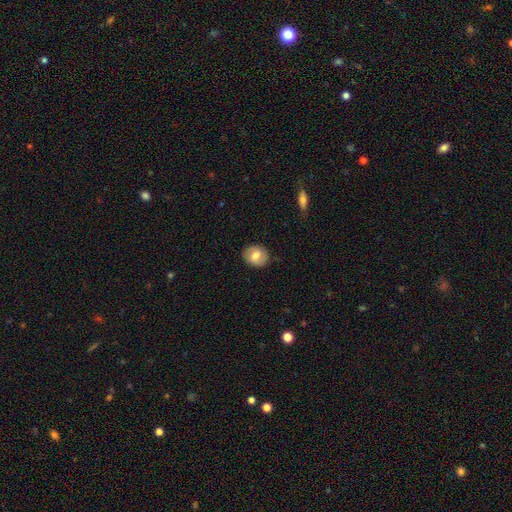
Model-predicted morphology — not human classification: smooth-or-featured: smooth: 64% | featured or disk: 29% | star or artifact: 8%
  how-rounded: round: 61% | in between: 38% | cigar-shaped: 1%
  merging: none: 85% | minor disturbance: 11% | major disturbance: 3% | merger: 1%